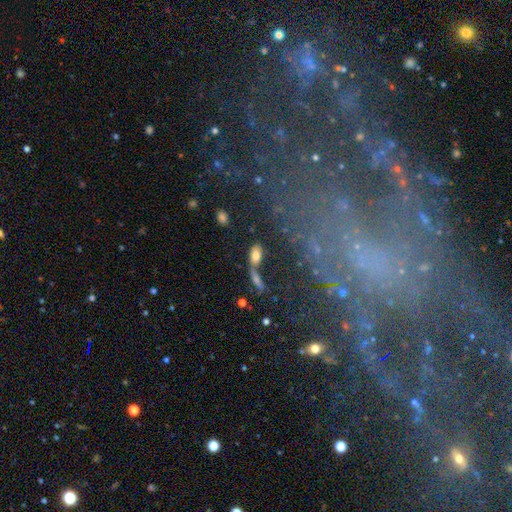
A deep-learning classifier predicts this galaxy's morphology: Smooth or featured? Predicted: smooth (p=0.76). How rounded? Predicted: in between (p=0.89). Merging? Predicted: none (p=0.52).